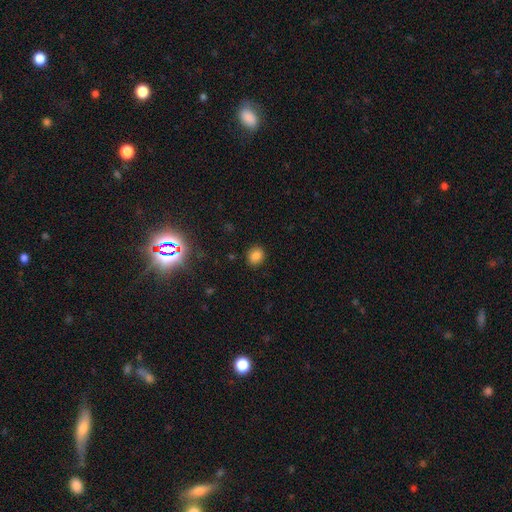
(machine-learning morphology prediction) Smooth or featured? Predicted: smooth (p=0.83). How rounded? Predicted: round (p=0.68). Merging? Predicted: none (p=0.88).